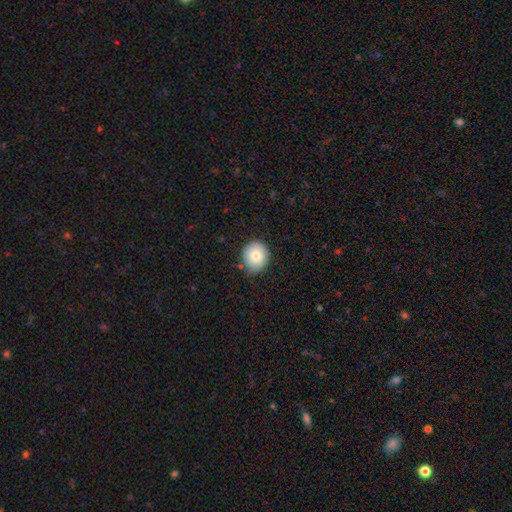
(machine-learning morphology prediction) A smooth galaxy with no disk features (80%) that is round (74%).

Vote fractions:
- Smooth or featured? smooth: 80% / featured or disk: 11% / star or artifact: 8%
- How rounded? round: 74% / in between: 25% / cigar-shaped: 1%
- Merging? none: 76% / minor disturbance: 19% / major disturbance: 3% / merger: 2%